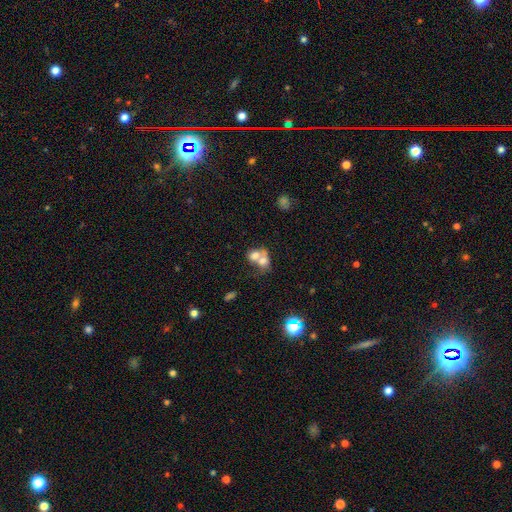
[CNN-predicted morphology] Smooth or featured: smooth — 64% (featured or disk — 25%)
How rounded: round — 52% (in between — 47%)
Merging: merger — 73% (none — 17%)